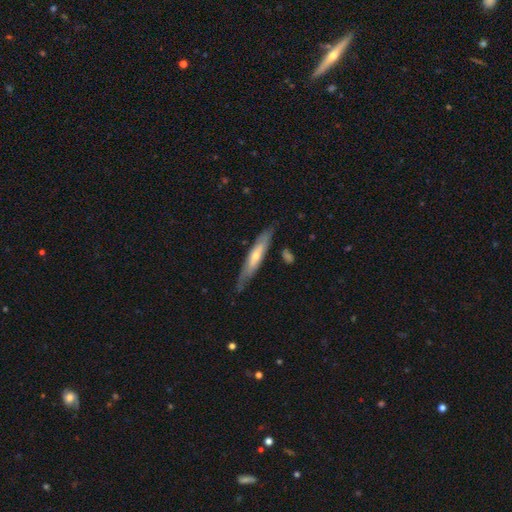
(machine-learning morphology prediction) Smooth or featured: featured or disk — 52% (smooth — 43%)
Edge-on disk: yes — 66% (no — 34%)
Merging: none — 73% (minor disturbance — 20%)